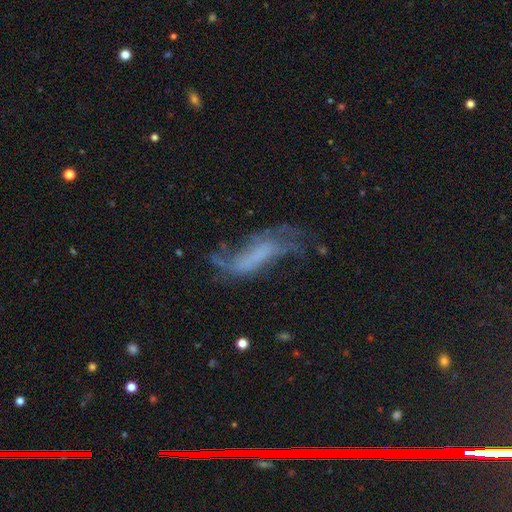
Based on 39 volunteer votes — featured or disk 72%, smooth 21%, star or artifact 8%. Down the decision tree: edge-on disk — no (86%); bar — no (50%); spiral arms — yes (75%); spiral arm count — can't tell (50%); spiral winding — loose (56%); bulge size — none (75%); merging — major disturbance (44%).